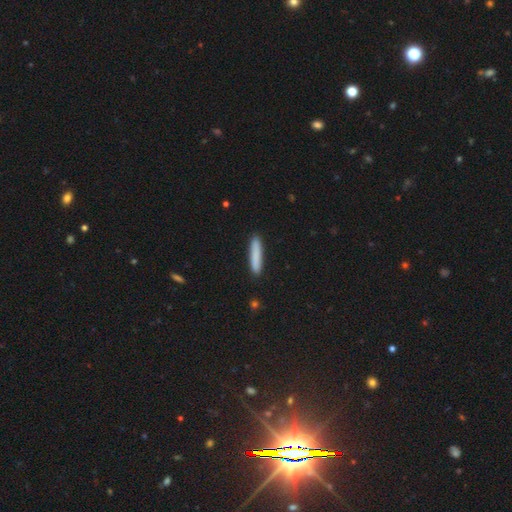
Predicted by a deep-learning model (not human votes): This is clearly a smooth galaxy (84%). How rounded: clearly cigar-shaped (91%). Merging: clearly none (90%).